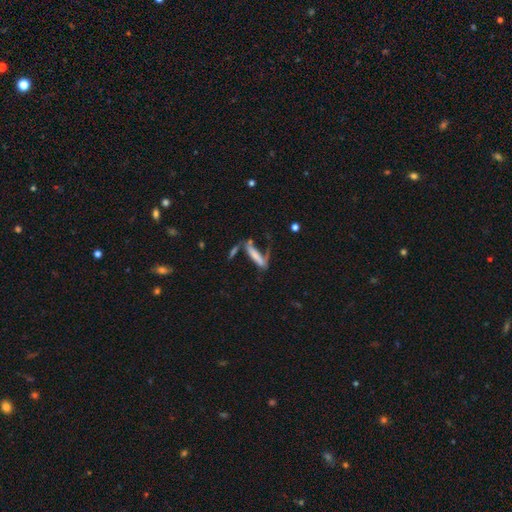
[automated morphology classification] A smooth galaxy with no disk features (58%) that is cigar-shaped (82%).

Vote fractions:
- Smooth or featured? smooth: 58% / featured or disk: 33% / star or artifact: 9%
- How rounded? cigar-shaped: 82% / in between: 16% / round: 2%
- Merging? none: 38% / major disturbance: 25% / minor disturbance: 19% / merger: 18%